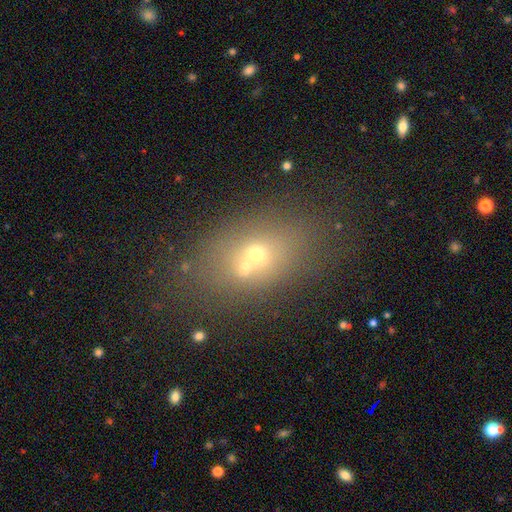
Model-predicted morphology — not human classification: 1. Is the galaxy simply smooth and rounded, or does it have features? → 50% smooth, 27% featured or disk, 22% star or artifact.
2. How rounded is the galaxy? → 64% in between, 32% round, 3% cigar-shaped.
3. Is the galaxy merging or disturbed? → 43% none, 42% merger, 10% minor disturbance, 6% major disturbance.